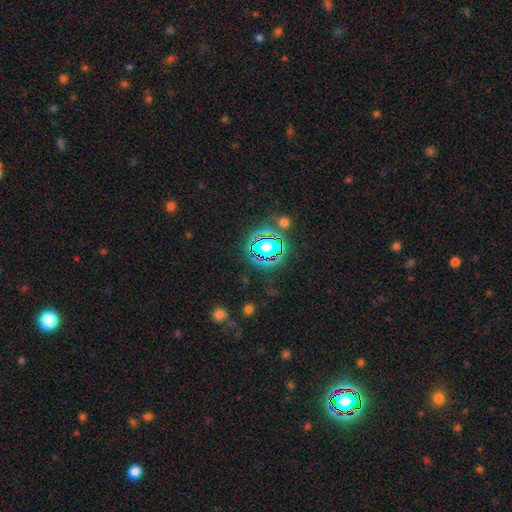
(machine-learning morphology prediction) star or artifact 76%, smooth 15%, featured or disk 9%.